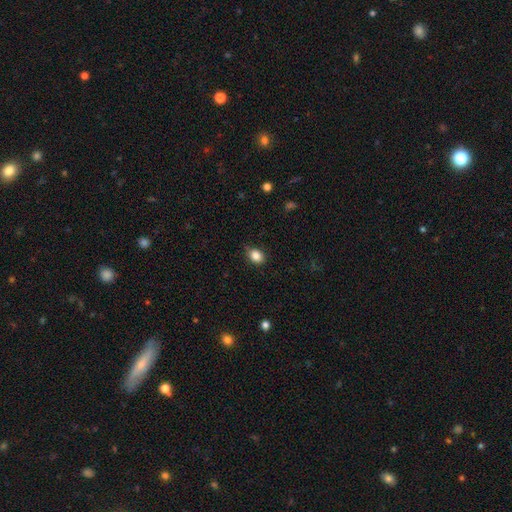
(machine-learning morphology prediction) This appears to be a smooth galaxy with no disk features (85%) that is in between round and cigar-shaped (62%). Merging: none (78%).